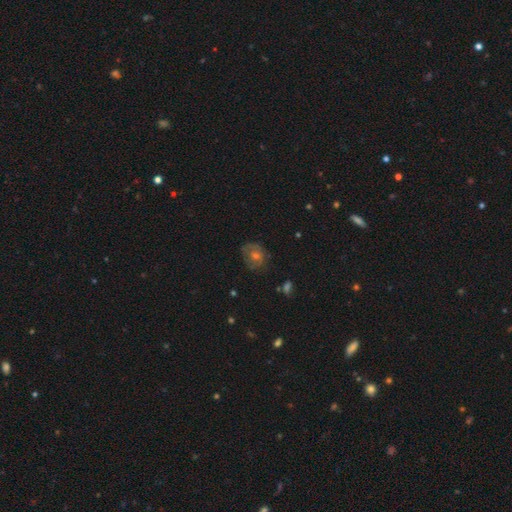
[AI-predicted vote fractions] featured or disk 41%, smooth 40%, star or artifact 19%. Down the decision tree: merging — none (72%).